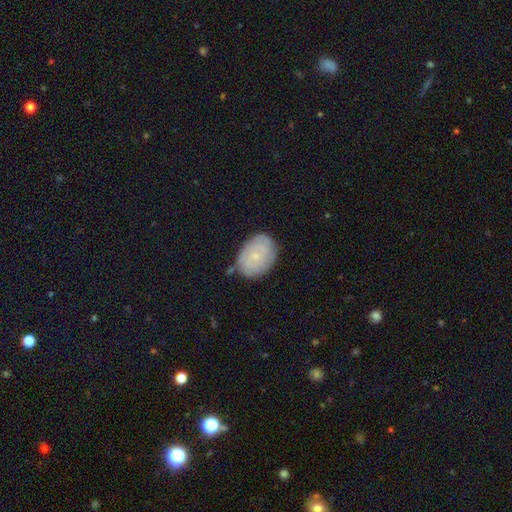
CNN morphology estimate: smooth-or-featured: featured or disk: 50% | smooth: 42% | star or artifact: 8%
  merging: none: 77% | minor disturbance: 17% | major disturbance: 4% | merger: 2%